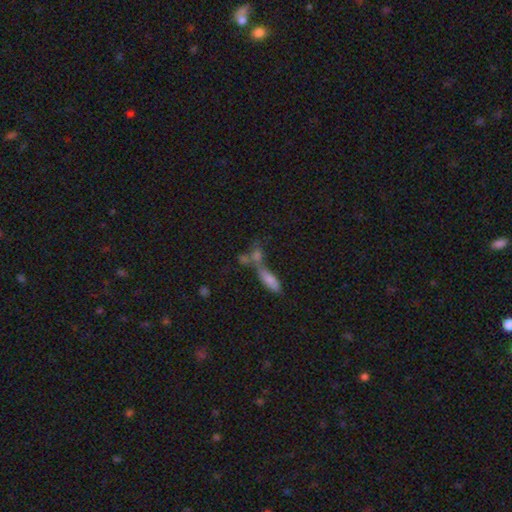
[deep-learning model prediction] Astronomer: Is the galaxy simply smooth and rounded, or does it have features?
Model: smooth — 58%.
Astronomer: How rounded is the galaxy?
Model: in between — 48% (runner-up: cigar-shaped, 43%).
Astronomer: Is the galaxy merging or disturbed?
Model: merger — 58%.